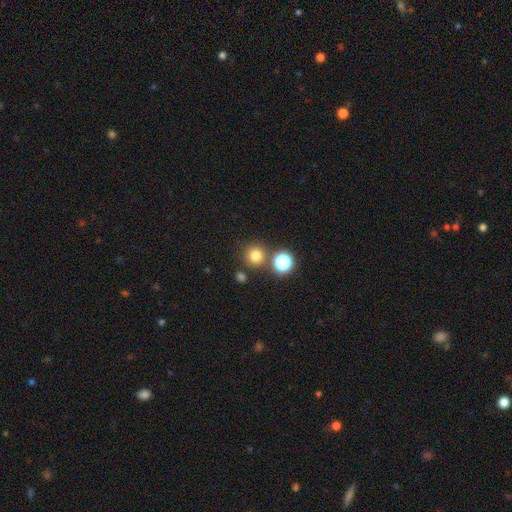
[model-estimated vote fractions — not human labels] This is likely a smooth galaxy (77%). How rounded: clearly round (93%). Merging: likely none (80%).